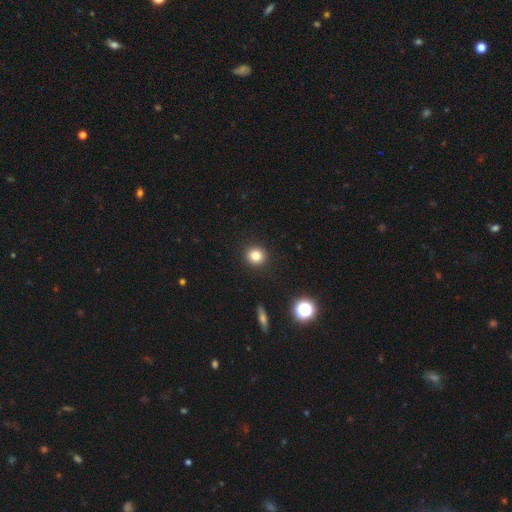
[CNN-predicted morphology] smooth 82%, star or artifact 12%, featured or disk 5%. Down the decision tree: how rounded — round (90%); merging — none (92%).